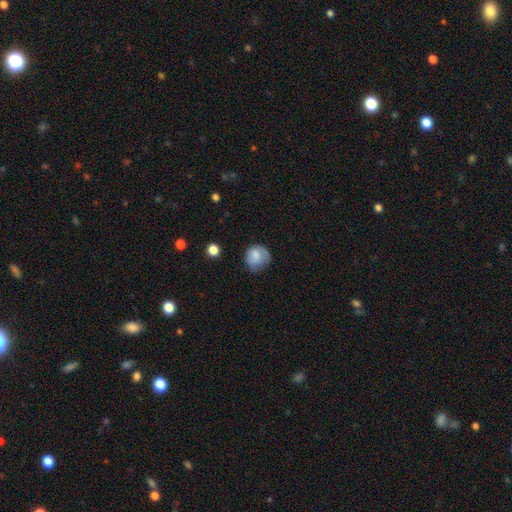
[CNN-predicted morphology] type=smooth (76%); roundness=round (79%); merging=none (56%).